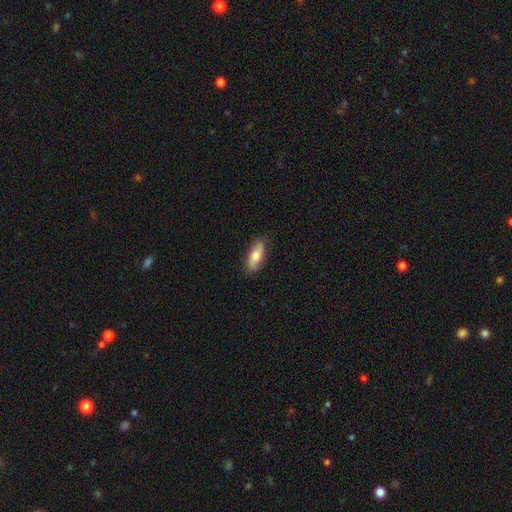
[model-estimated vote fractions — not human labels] Smooth or featured? Predicted: smooth (p=0.69). How rounded? Predicted: in between (p=0.76). Merging? Predicted: none (p=0.84).